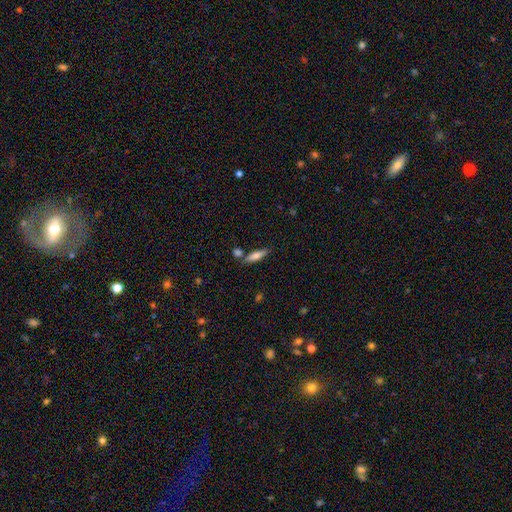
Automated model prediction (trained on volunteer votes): This appears to be a smooth galaxy with no disk features (73%) that is cigar-shaped (64%). Merging: none (71%).